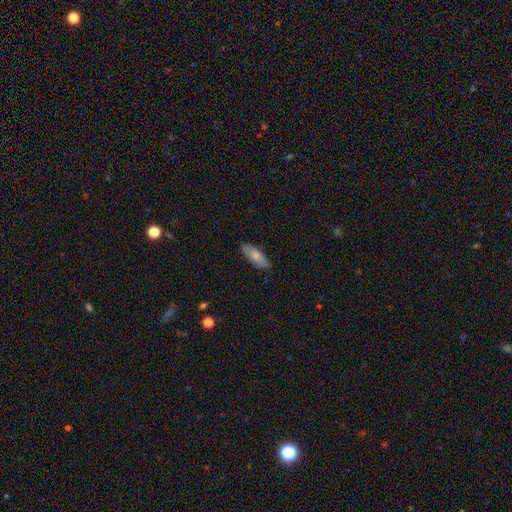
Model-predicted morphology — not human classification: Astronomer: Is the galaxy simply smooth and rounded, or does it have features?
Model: smooth — 79%.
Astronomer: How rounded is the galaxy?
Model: in between — 72%.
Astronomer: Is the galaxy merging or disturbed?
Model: none — 84%.